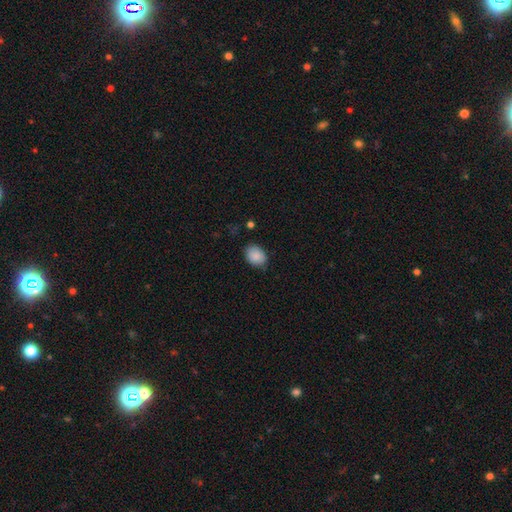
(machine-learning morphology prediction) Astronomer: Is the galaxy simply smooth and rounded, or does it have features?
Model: smooth — 89%.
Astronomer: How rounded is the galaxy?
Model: in between — 65%.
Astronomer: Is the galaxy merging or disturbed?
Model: none — 79%.